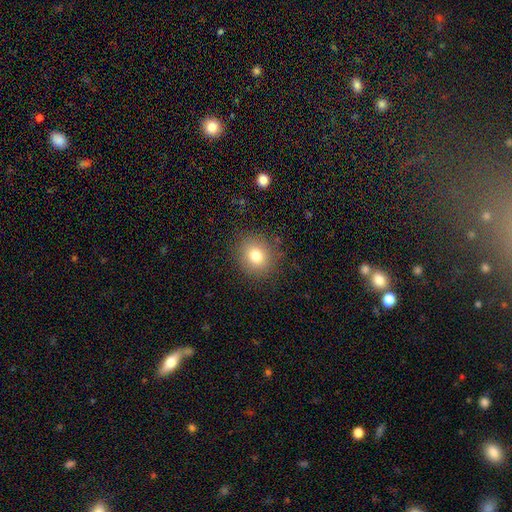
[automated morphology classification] Overall: smooth (78%). How rounded: round (78%). Merging: none (86%).